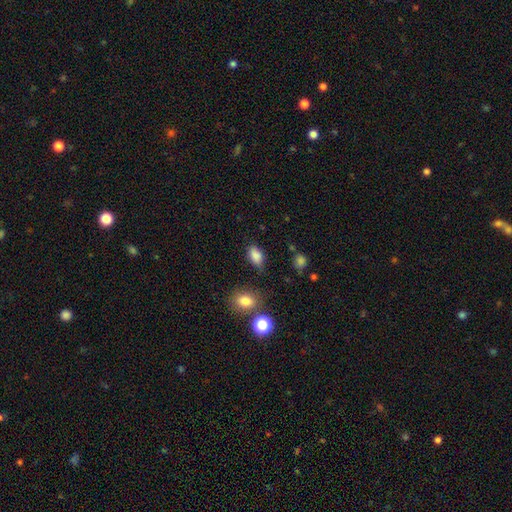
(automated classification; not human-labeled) This is clearly a smooth galaxy (85%). How rounded: clearly in between (88%). Merging: likely none (69%).